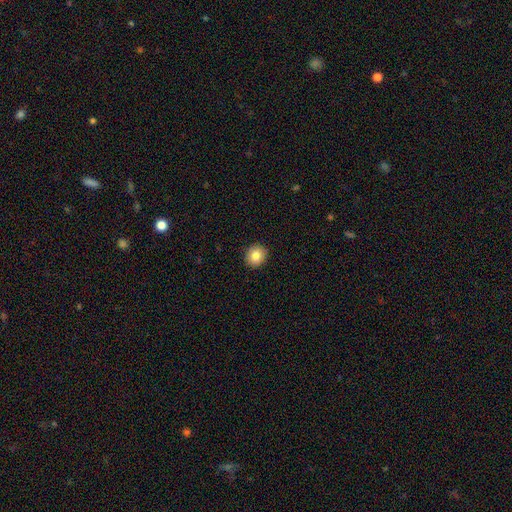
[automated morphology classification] Smooth or featured?
  - smooth: 85% *
  - star or artifact: 9%
  - featured or disk: 6%
How rounded?
  - round: 74% *
  - in between: 25%
  - cigar-shaped: 1%
Merging?
  - none: 91% *
  - minor disturbance: 6%
  - major disturbance: 2%
  - merger: 1%